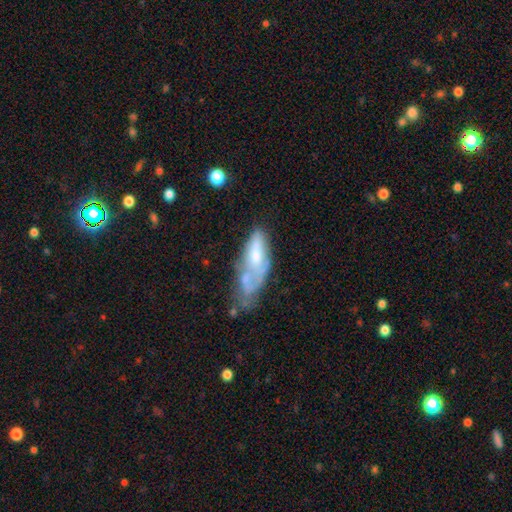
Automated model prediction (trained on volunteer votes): The model was most divided on "merging": major disturbance: 29%, minor disturbance: 28%, none: 25%, merger: 17%. Remaining: smooth or featured — featured or disk (47%).